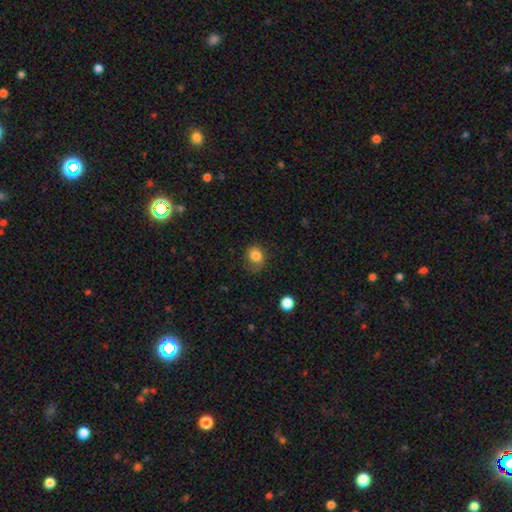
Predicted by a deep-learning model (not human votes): This is clearly a smooth galaxy (83%). How rounded: possibly round (58%). Merging: possibly none (59%).